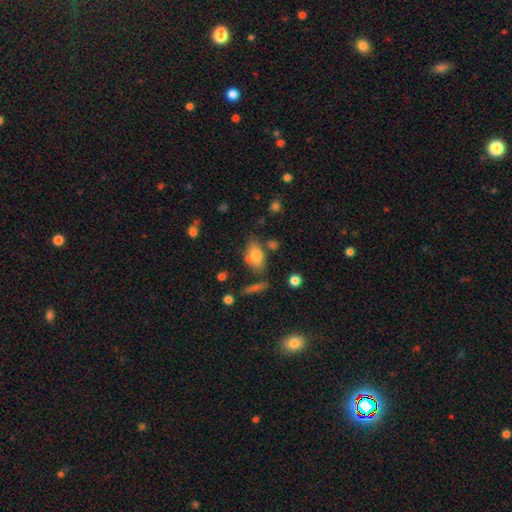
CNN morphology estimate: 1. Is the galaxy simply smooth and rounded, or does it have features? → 78% smooth, 14% featured or disk, 9% star or artifact.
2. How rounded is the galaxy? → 88% in between, 8% round, 4% cigar-shaped.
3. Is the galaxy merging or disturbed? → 60% none, 22% minor disturbance, 11% merger, 7% major disturbance.